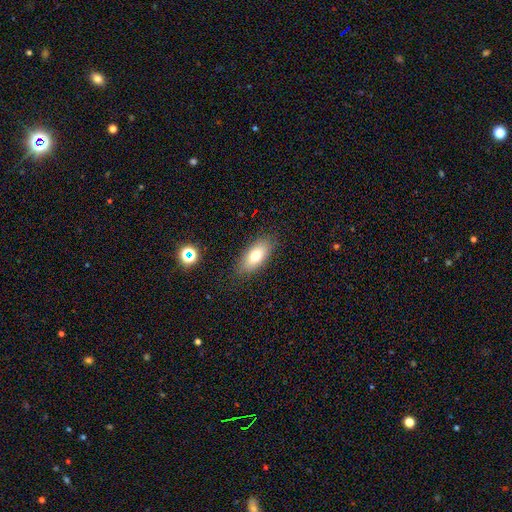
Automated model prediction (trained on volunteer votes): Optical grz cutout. It shows a smooth galaxy with no disk features (74%) that is in between round and cigar-shaped (87%). Merging: none (84%).